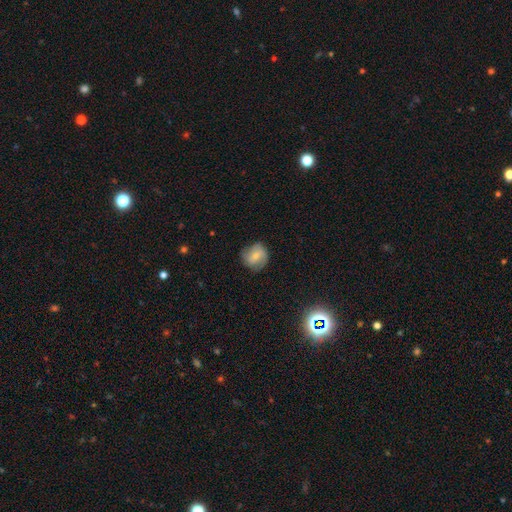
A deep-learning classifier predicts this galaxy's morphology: smooth-or-featured: smooth: 55% | featured or disk: 36% | star or artifact: 8%
  how-rounded: round: 84% | in between: 15% | cigar-shaped: 1%
  merging: none: 73% | minor disturbance: 20% | major disturbance: 6% | merger: 1%